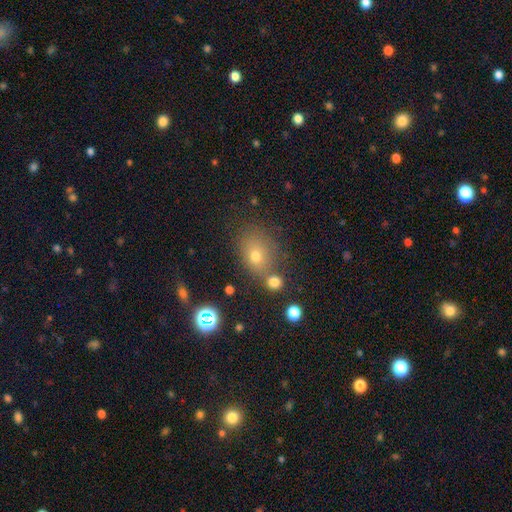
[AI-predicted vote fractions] smooth-or-featured: smooth: 69% | star or artifact: 19% | featured or disk: 13%
  how-rounded: round: 50% | in between: 49% | cigar-shaped: 1%
  merging: none: 61% | merger: 18% | minor disturbance: 14% | major disturbance: 6%